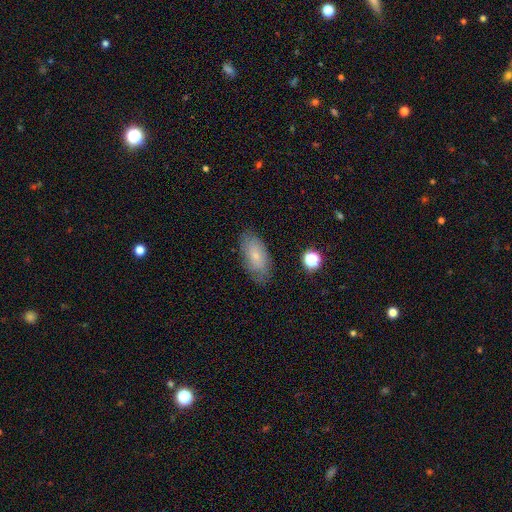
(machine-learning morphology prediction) Smooth or featured: smooth — 65% (featured or disk — 27%)
How rounded: in between — 90% (cigar-shaped — 6%)
Merging: none — 76% (minor disturbance — 18%)